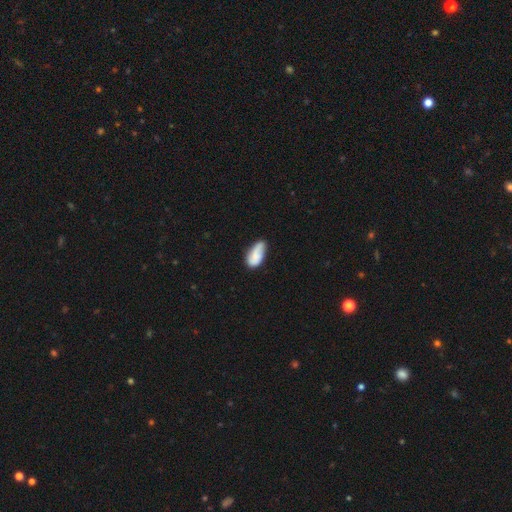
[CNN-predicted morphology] Smooth or featured?
  - smooth: 69% *
  - featured or disk: 24%
  - star or artifact: 7%
How rounded?
  - in between: 91% *
  - cigar-shaped: 6%
  - round: 3%
Merging?
  - none: 51% *
  - minor disturbance: 36%
  - major disturbance: 9%
  - merger: 4%